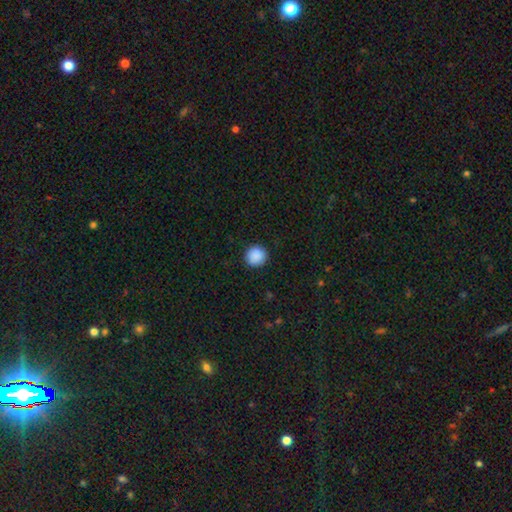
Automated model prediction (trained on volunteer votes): smooth-or-featured: smooth: 90% | star or artifact: 8% | featured or disk: 2%
  how-rounded: round: 94% | in between: 5% | cigar-shaped: 1%
  merging: none: 91% | minor disturbance: 6% | major disturbance: 2% | merger: 1%